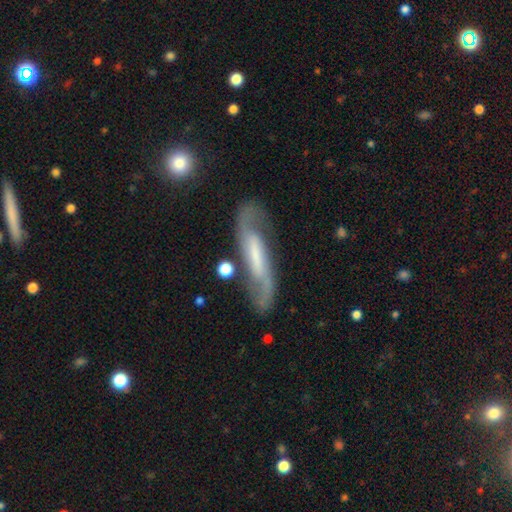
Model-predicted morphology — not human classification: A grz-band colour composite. It shows a featured or disk galaxy (81%) with a strong bar (51%), 2 (89%) loose (43%) spiral arms (94%) and a small central bulge (32%, tied with none). Merging: none (69%).